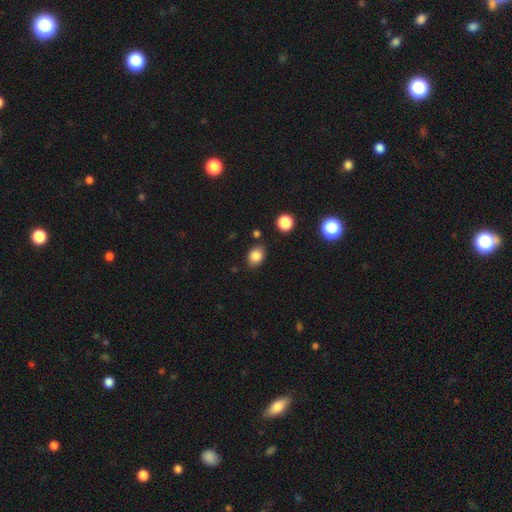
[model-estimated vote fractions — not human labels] Smooth or featured: smooth — 84% (star or artifact — 11%)
How rounded: in between — 59% (round — 39%)
Merging: none — 79% (minor disturbance — 13%)